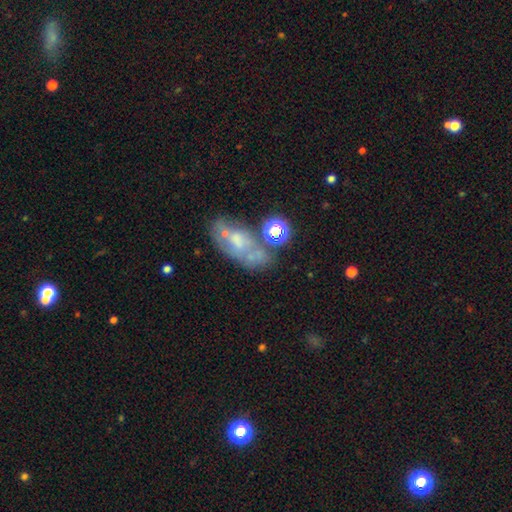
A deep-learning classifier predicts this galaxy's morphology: Overall: featured or disk (41%; smooth 40%). Merging: none (39%; merger 22%).